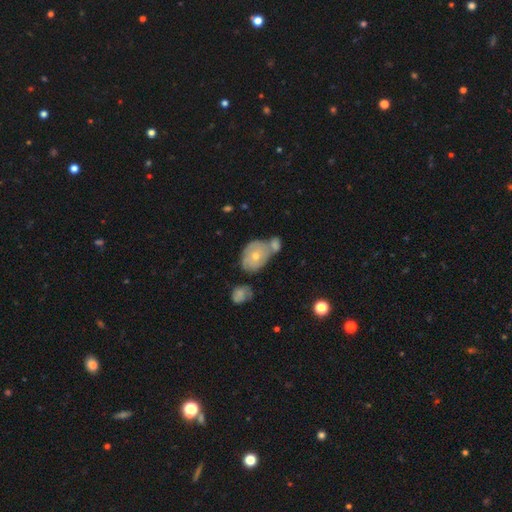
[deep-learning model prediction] smooth 52%, featured or disk 40%, star or artifact 8%. Down the decision tree: how rounded — in between (71%); merging — merger (41%).